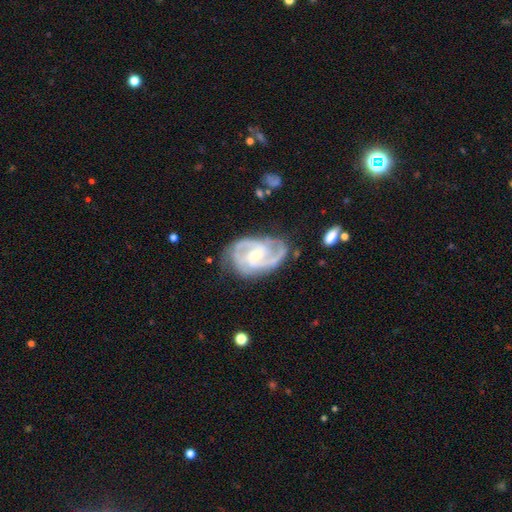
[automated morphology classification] type=featured or disk (91%); edge-on=no (98%); bar=weak (47%); spiral arms=yes (98%); winding=medium (52%); arm count=2 (58%); bulge=small (61%); merging=none (68%).